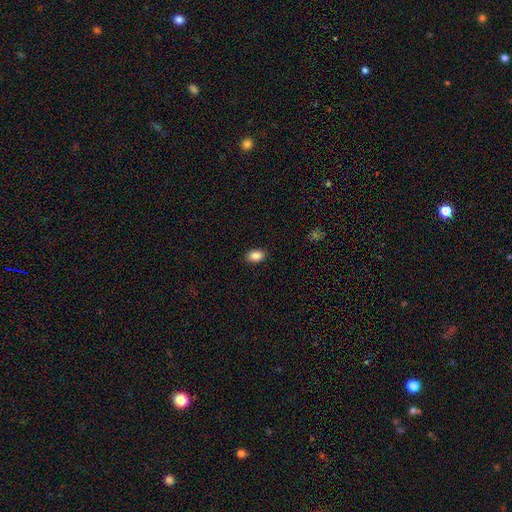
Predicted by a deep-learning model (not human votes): This appears to be a smooth galaxy with no disk features (88%) that is in between round and cigar-shaped (80%). Merging: none (89%).